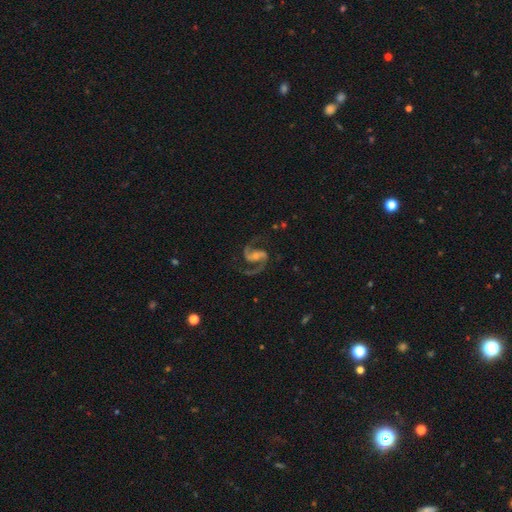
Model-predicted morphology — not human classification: Smooth or featured: featured or disk — 93% (star or artifact — 5%)
Edge-on disk: no — 98% (yes — 2%)
Bar: weak — 42% (no — 32%)
Spiral arms: yes — 98% (no — 2%)
Spiral winding: medium — 65% (loose — 24%)
Spiral arm count: 2 — 94% (3 — 1%)
Bulge size: small — 55% (moderate — 31%)
Merging: none — 80% (minor disturbance — 12%)